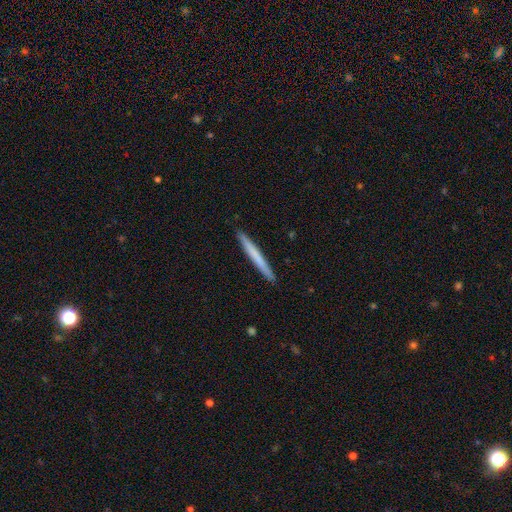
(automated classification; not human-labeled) smooth_or_featured: smooth (p=0.65) [alt: featured or disk p=0.30]
how_rounded: cigar-shaped (p=0.97) [alt: in between p=0.02]
merging: none (p=0.92) [alt: minor disturbance p=0.06]